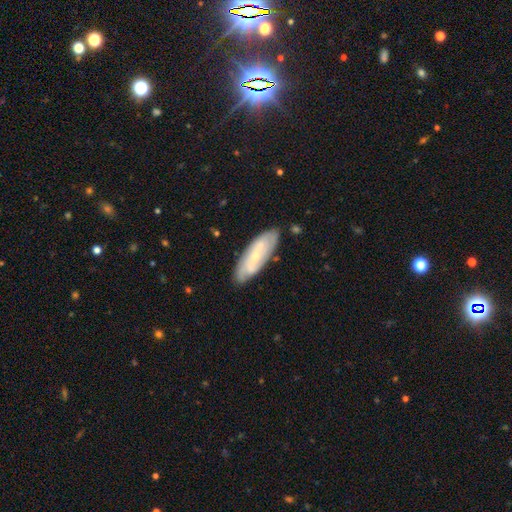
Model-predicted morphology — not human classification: This appears to be a featured or disk galaxy (57%). Merging: none (81%).